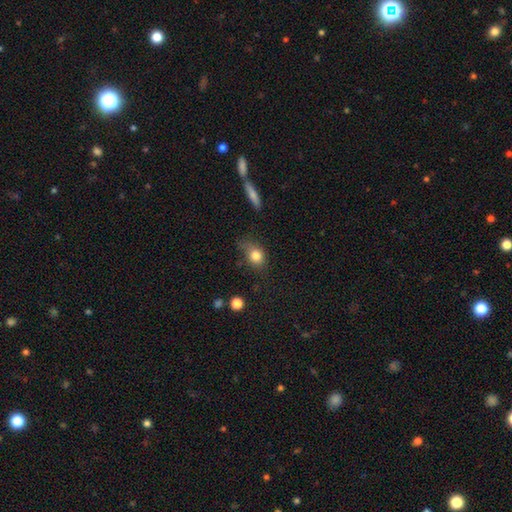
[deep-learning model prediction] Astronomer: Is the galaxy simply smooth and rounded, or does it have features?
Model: smooth — 81%.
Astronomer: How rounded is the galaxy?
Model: in between — 53% (runner-up: round, 44%).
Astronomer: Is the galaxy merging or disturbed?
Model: none — 53% (runner-up: minor disturbance, 31%).